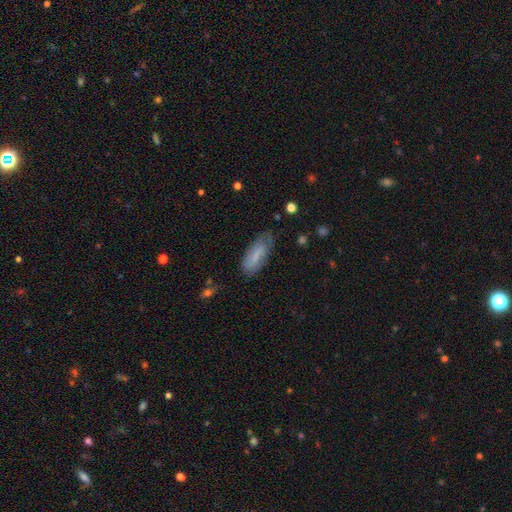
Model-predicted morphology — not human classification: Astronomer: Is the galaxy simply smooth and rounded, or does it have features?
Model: smooth — 69%.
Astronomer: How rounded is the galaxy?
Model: in between — 72%.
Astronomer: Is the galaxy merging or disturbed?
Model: none — 63%.